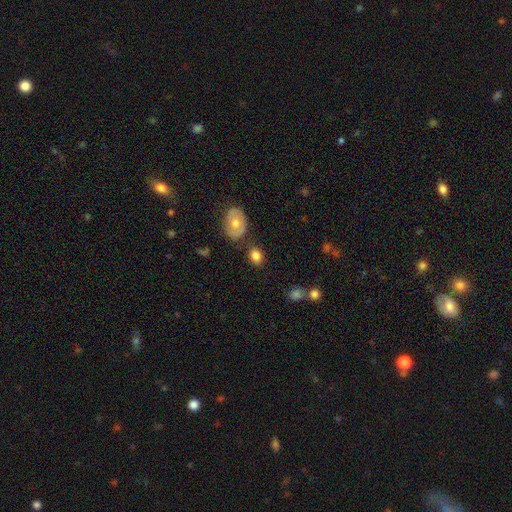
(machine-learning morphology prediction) Smooth or featured: smooth — 81% (featured or disk — 10%)
How rounded: in between — 63% (round — 35%)
Merging: none — 75% (minor disturbance — 14%)